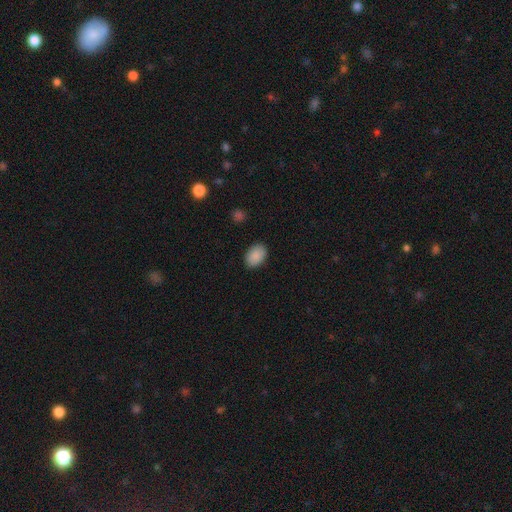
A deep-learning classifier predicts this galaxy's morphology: The model was most divided on "how rounded": in between: 85%, round: 14%, cigar-shaped: 1%. More confident: smooth or featured — smooth (90%); merging — none (88%).